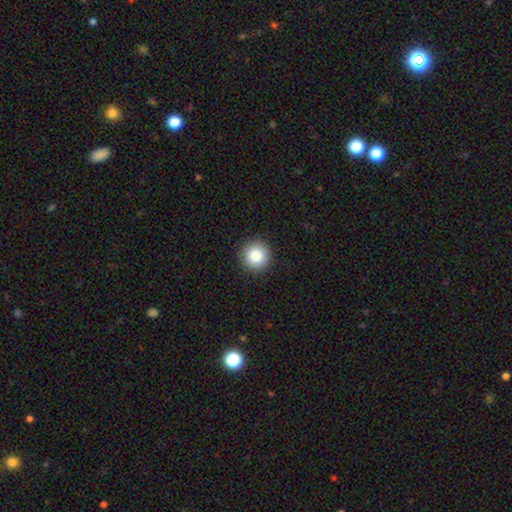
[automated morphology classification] Smooth or featured? Predicted: smooth (p=0.84). How rounded? Predicted: round (p=0.95). Merging? Predicted: none (p=0.93).